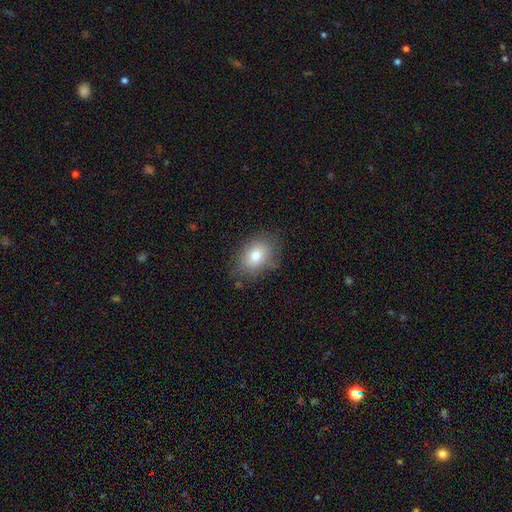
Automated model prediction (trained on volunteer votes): Q: Smooth or featured?
A: smooth (77%); runner-up: featured or disk (13%)
Q: How rounded?
A: in between (78%); runner-up: round (21%)
Q: Merging?
A: none (77%); runner-up: minor disturbance (17%)